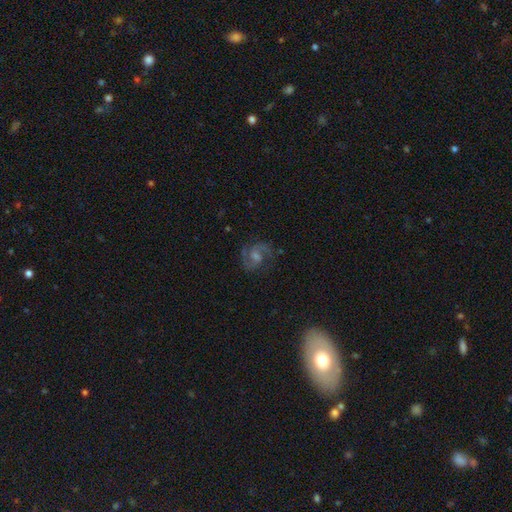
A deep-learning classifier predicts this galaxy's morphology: type=featured or disk (82%); edge-on=no (98%); bar=weak (49%); spiral arms=yes (97%); winding=medium (58%); arm count=2 (89%); bulge=moderate (46%); merging=none (79%).